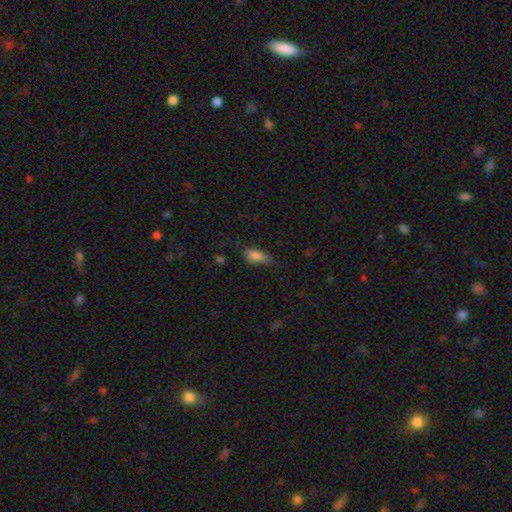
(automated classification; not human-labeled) A smooth galaxy with no disk features (81%) that is in between round and cigar-shaped (78%).

Vote fractions:
- Smooth or featured? smooth: 81% / featured or disk: 11% / star or artifact: 9%
- How rounded? in between: 78% / cigar-shaped: 19% / round: 3%
- Merging? none: 58% / minor disturbance: 31% / major disturbance: 9% / merger: 2%